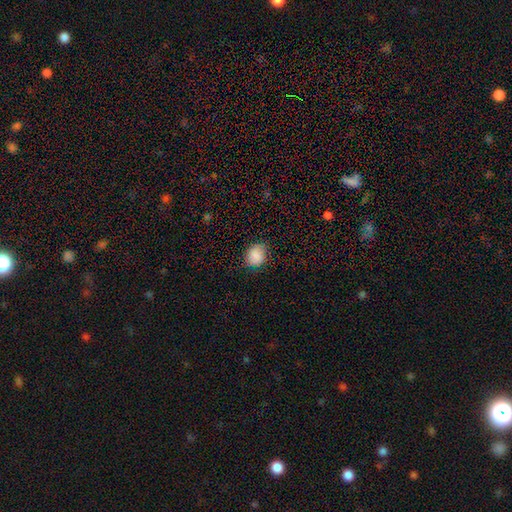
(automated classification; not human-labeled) smooth_or_featured: smooth (p=0.87) [alt: star or artifact p=0.08]
how_rounded: round (p=0.56) [alt: in between p=0.44]
merging: none (p=0.79) [alt: minor disturbance p=0.16]